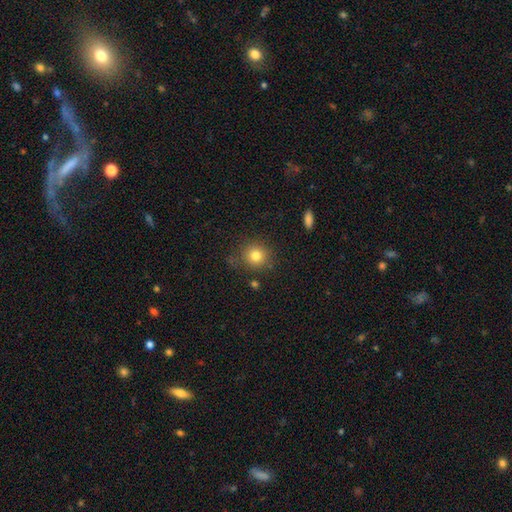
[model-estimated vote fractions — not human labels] A smooth galaxy with no disk features (81%) that is round (88%).

Vote fractions:
- Smooth or featured? smooth: 81% / star or artifact: 12% / featured or disk: 7%
- How rounded? round: 88% / in between: 11% / cigar-shaped: 1%
- Merging? none: 82% / minor disturbance: 12% / major disturbance: 4% / merger: 3%